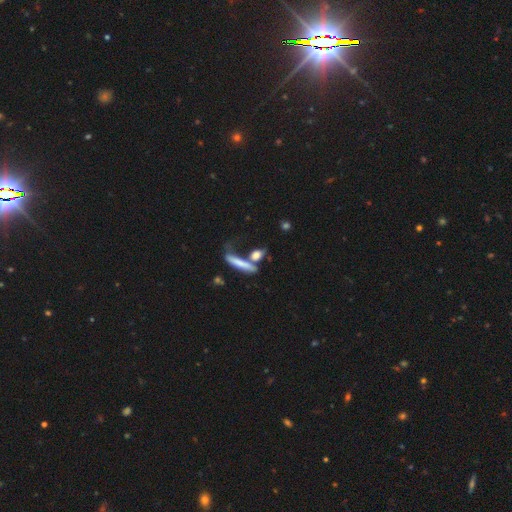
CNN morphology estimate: Smooth or featured?
  - smooth: 66% *
  - featured or disk: 23%
  - star or artifact: 11%
How rounded?
  - cigar-shaped: 40% *
  - in between: 33%
  - round: 27%
Merging?
  - none: 40% *
  - merger: 31%
  - minor disturbance: 15%
  - major disturbance: 14%